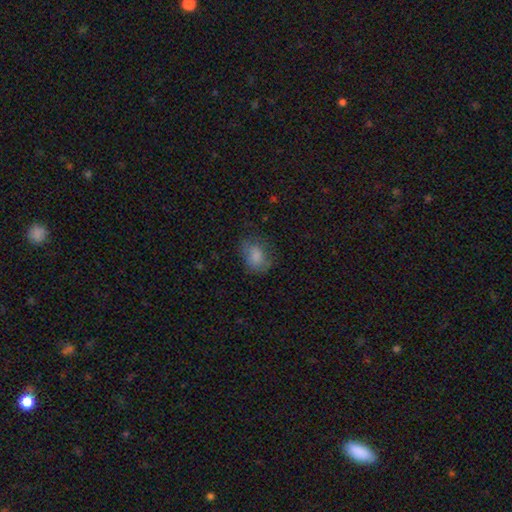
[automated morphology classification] This is likely a smooth galaxy (77%). How rounded: likely in between (69%). Merging: possibly none (58%).